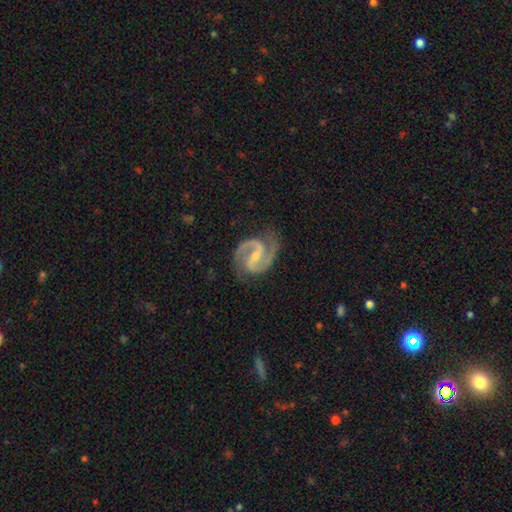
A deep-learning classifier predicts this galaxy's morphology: Smooth or featured? Predicted: featured or disk (p=0.94). Edge-on disk? Predicted: no (p=0.98). Bar? Predicted: weak (p=0.46). Spiral arms? Predicted: yes (p=0.99). Spiral winding? Predicted: medium (p=0.65). Spiral arm count? Predicted: 2 (p=0.94). Bulge size? Predicted: small (p=0.63). Merging? Predicted: none (p=0.80).